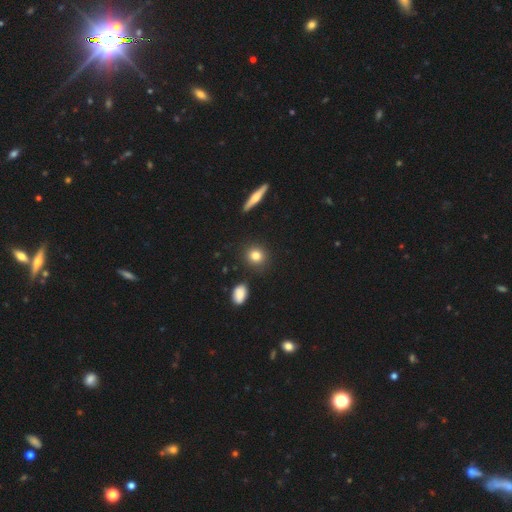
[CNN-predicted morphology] Smooth or featured? smooth (81%)
How rounded? round (83%)
Merging? none (89%)